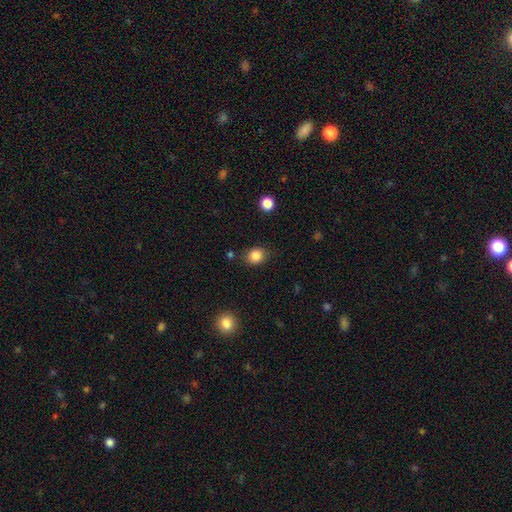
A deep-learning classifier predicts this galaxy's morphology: Q: Smooth or featured?
A: smooth (85%); runner-up: star or artifact (10%)
Q: How rounded?
A: round (65%); runner-up: in between (34%)
Q: Merging?
A: none (80%); runner-up: minor disturbance (13%)